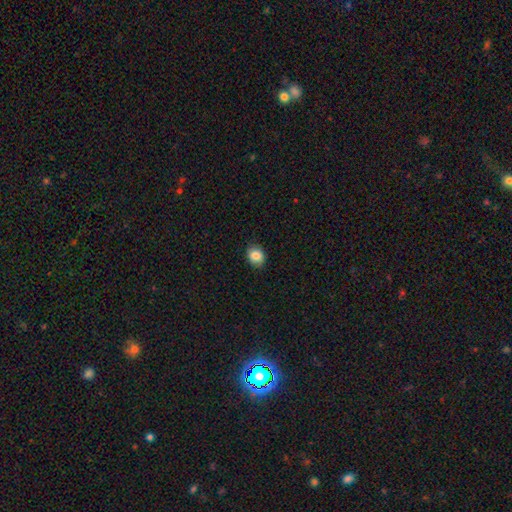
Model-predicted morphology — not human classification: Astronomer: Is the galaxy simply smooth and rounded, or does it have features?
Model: smooth — 85%.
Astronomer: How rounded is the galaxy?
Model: round — 50% (runner-up: in between, 49%).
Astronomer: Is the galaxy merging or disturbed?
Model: none — 87%.